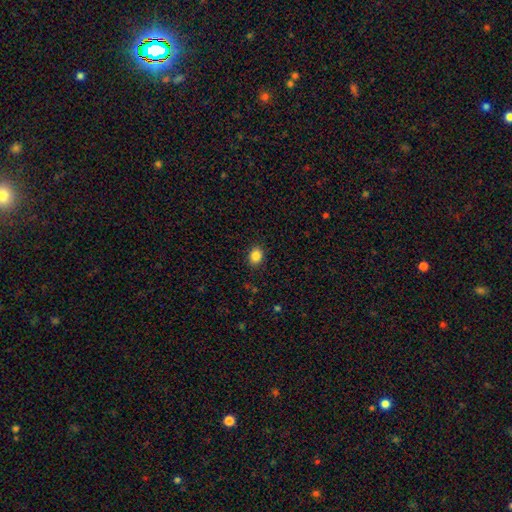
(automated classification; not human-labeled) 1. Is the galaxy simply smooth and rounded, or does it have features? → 85% smooth, 10% star or artifact, 4% featured or disk.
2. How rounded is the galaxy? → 51% round, 48% in between, 1% cigar-shaped.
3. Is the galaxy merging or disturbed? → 89% none, 8% minor disturbance, 2% major disturbance, 1% merger.